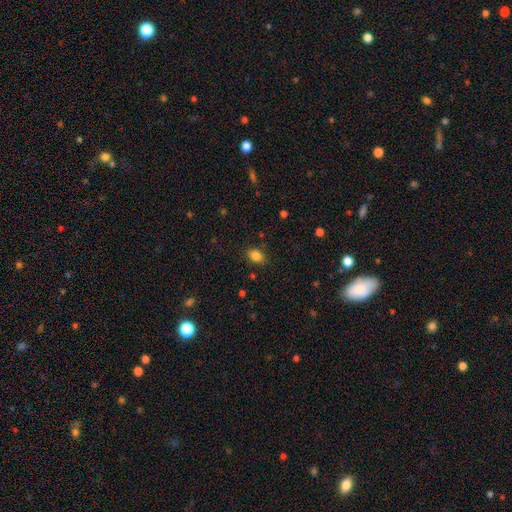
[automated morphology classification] A smooth galaxy with no disk features (84%) that is in between round and cigar-shaped (76%).

Vote fractions:
- Smooth or featured? smooth: 84% / star or artifact: 11% / featured or disk: 5%
- How rounded? in between: 76% / round: 23% / cigar-shaped: 1%
- Merging? none: 84% / minor disturbance: 11% / major disturbance: 3% / merger: 2%